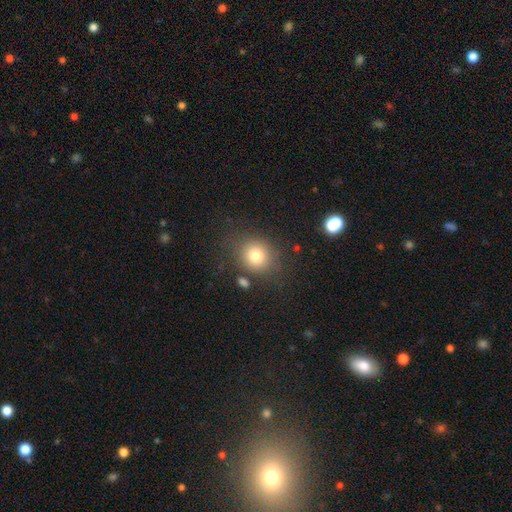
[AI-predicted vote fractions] This appears to be a smooth galaxy with no disk features (78%) that is round (78%). Merging: none (77%).